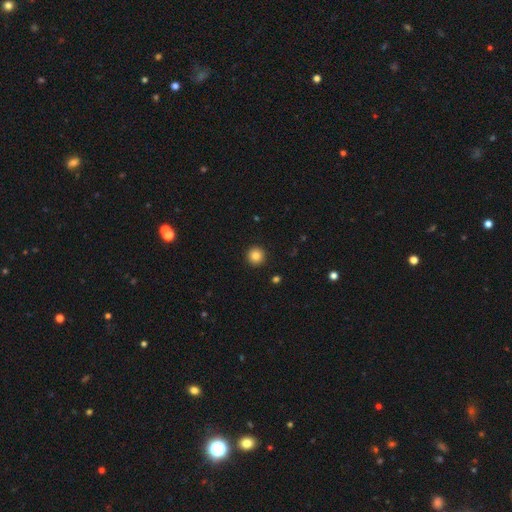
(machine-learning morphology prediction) Q: Smooth or featured?
A: smooth (84%); runner-up: star or artifact (10%)
Q: How rounded?
A: round (96%); runner-up: in between (3%)
Q: Merging?
A: none (93%); runner-up: minor disturbance (4%)